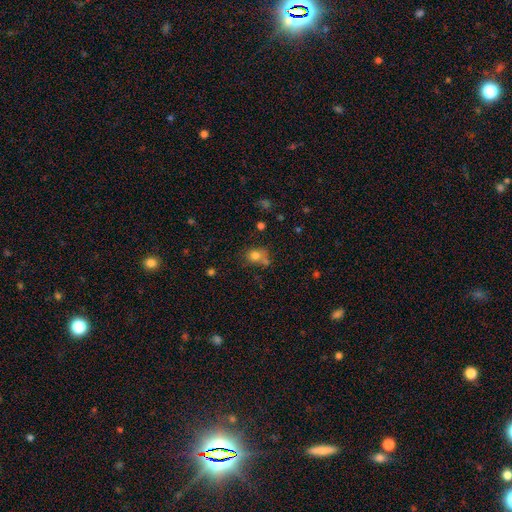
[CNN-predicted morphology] Smooth or featured: smooth — 78% (star or artifact — 13%)
How rounded: round — 62% (in between — 37%)
Merging: none — 52% (merger — 21%)